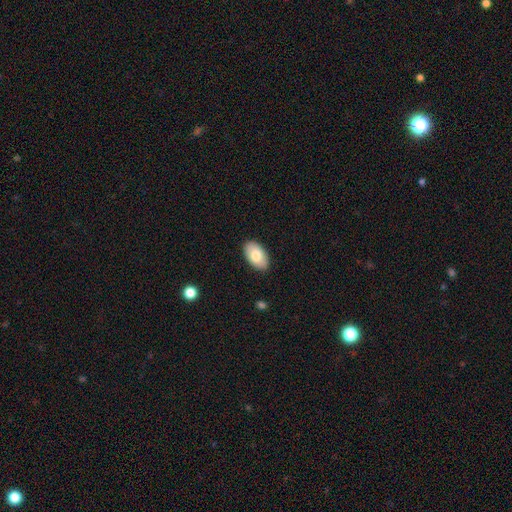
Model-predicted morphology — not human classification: The model was most divided on "smooth or featured": smooth: 76%, featured or disk: 17%, star or artifact: 6%. More confident: how rounded — in between (94%); merging — none (88%).